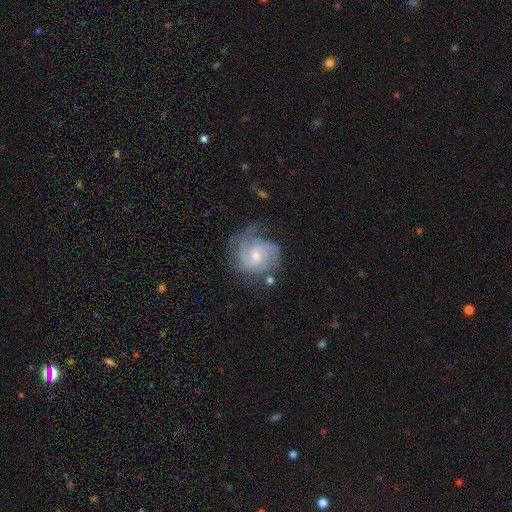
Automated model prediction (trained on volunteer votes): A featured or disk galaxy (84%) with no bar (54%), 2 (41%) tight (48%) spiral arms (96%) and a moderate central bulge (50%).

Vote fractions:
- Smooth or featured? featured or disk: 84% / smooth: 10% / star or artifact: 6%
- Edge-on disk? no: 98% / yes: 2%
- Bar? no: 54% / weak: 39% / strong: 7%
- Spiral arms? yes: 96% / no: 4%
- Spiral winding? tight: 48% / medium: 39% / loose: 13%
- Spiral arm count? 2: 41% / 3: 21% / can't tell: 20% / 1: 9% / 4: 4% / more than 4: 4%
- Bulge size? moderate: 50% / small: 45% / large: 2% / none: 2% / dominant: 1%
- Merging? none: 59% / minor disturbance: 23% / major disturbance: 15% / merger: 3%